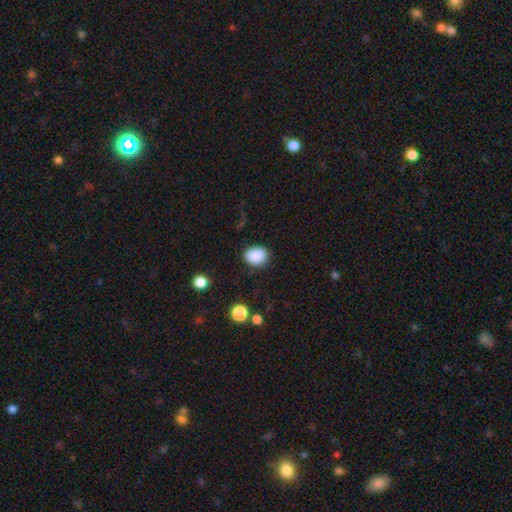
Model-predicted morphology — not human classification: A smooth galaxy with no disk features (88%) that is in between round and cigar-shaped (59%). Merging: none (85%).